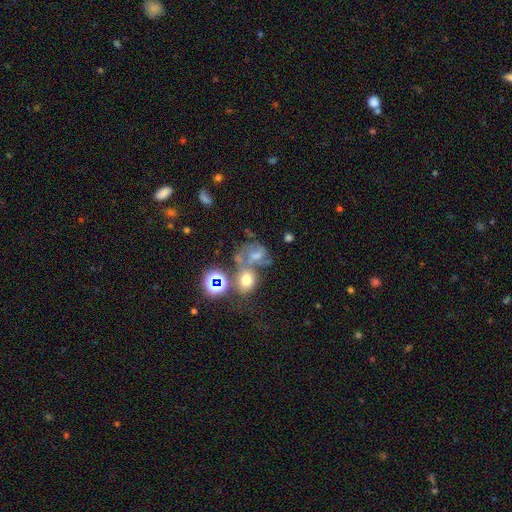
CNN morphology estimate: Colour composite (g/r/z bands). It shows a smooth galaxy with no disk features (40%). Merging: merger (38%).